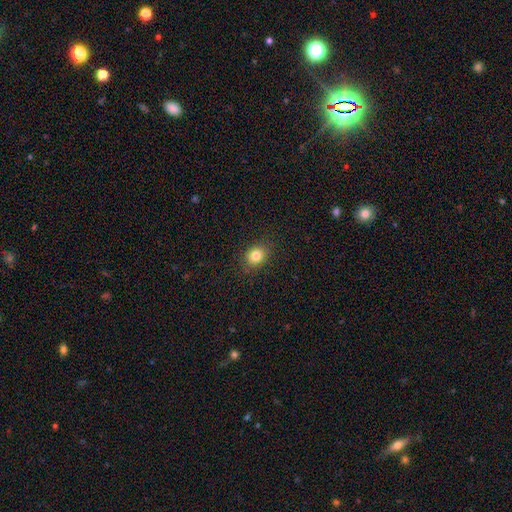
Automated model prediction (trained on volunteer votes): smooth 82%, star or artifact 12%, featured or disk 7%. Down the decision tree: how rounded — round (60%); merging — none (88%).